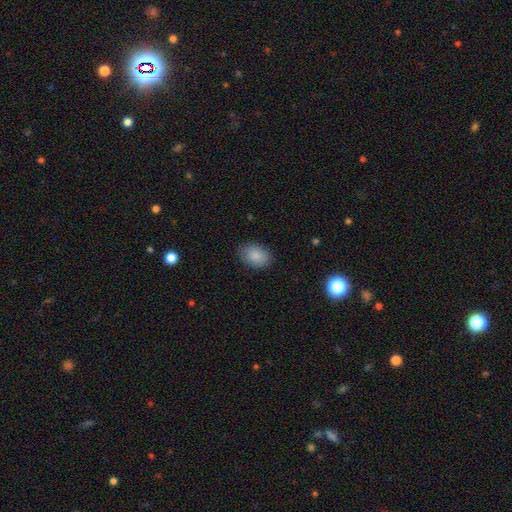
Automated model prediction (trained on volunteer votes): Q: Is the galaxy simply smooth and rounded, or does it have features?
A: smooth — 87%.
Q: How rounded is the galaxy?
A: in between — 80%.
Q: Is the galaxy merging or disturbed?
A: none — 83%.